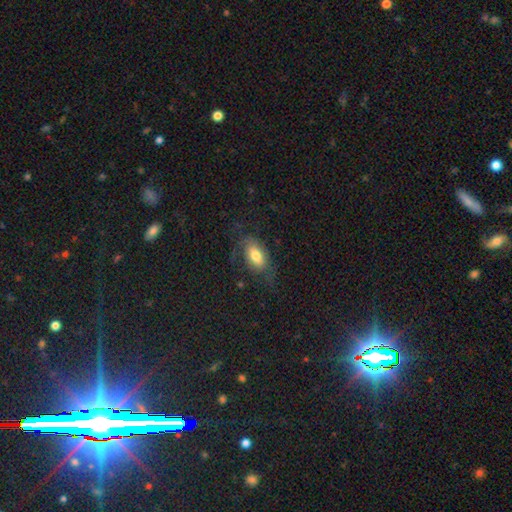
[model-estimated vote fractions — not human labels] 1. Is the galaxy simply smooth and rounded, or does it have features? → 66% smooth, 25% featured or disk, 8% star or artifact.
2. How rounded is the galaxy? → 90% in between, 6% round, 5% cigar-shaped.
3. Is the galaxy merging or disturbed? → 61% none, 21% minor disturbance, 16% major disturbance, 2% merger.